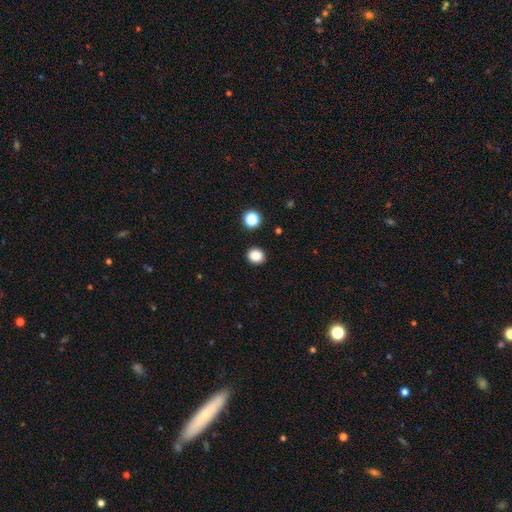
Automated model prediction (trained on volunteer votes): A smooth galaxy with no disk features (86%) that is round (79%). Merging: none (91%).